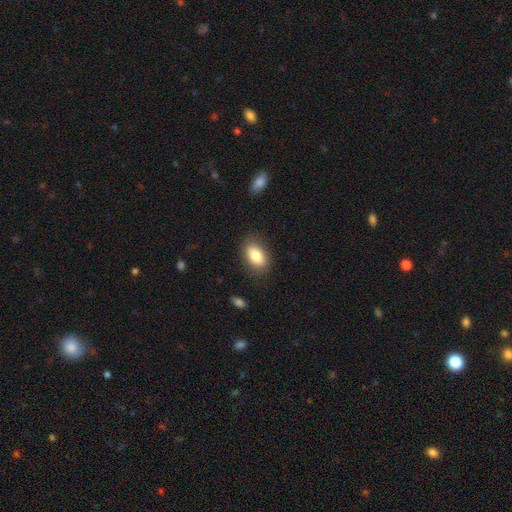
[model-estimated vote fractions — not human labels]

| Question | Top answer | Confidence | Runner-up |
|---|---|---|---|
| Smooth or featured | smooth | 83% | featured or disk (9%) |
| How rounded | in between | 89% | round (9%) |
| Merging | none | 84% | minor disturbance (11%) |